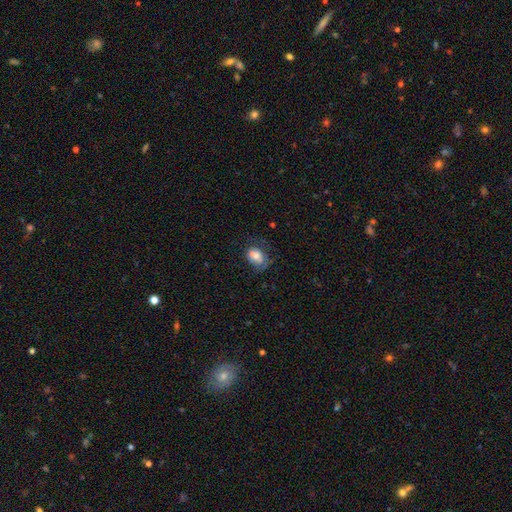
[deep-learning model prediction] The model was most divided on "merging": none: 40%, minor disturbance: 26%, major disturbance: 20%, merger: 13%. More confident: how rounded — in between (69%); smooth or featured — smooth (69%).